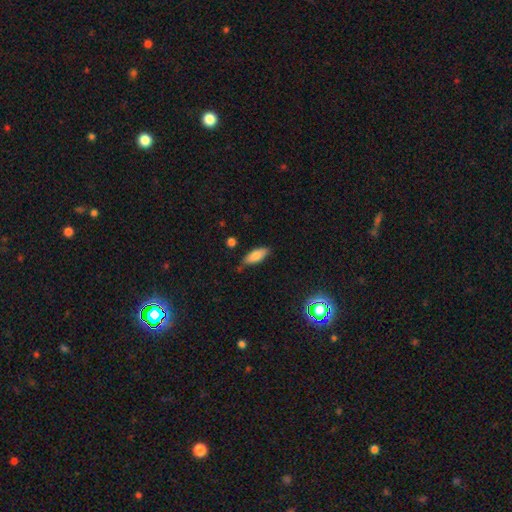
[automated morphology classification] Smooth or featured? smooth (80%)
How rounded? in between (72%)
Merging? none (76%)